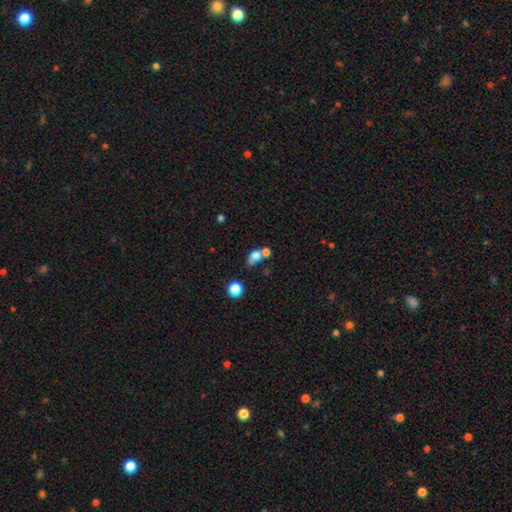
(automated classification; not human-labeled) smooth_or_featured: smooth (p=0.73) [alt: featured or disk p=0.14]
how_rounded: in between (p=0.61) [alt: round p=0.35]
merging: merger (p=0.43) [alt: none p=0.31]